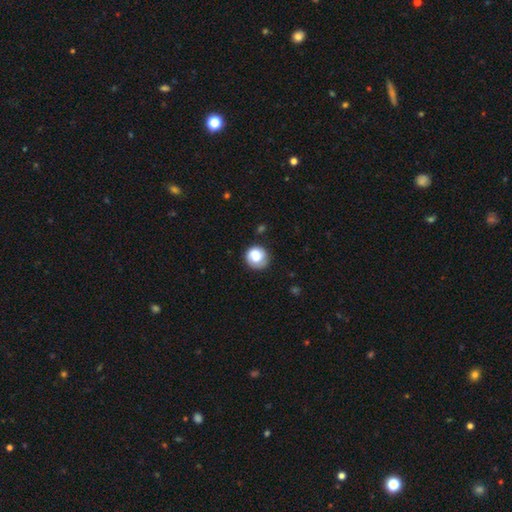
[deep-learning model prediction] Overall: smooth (79%). How rounded: round (90%). Merging: none (73%).